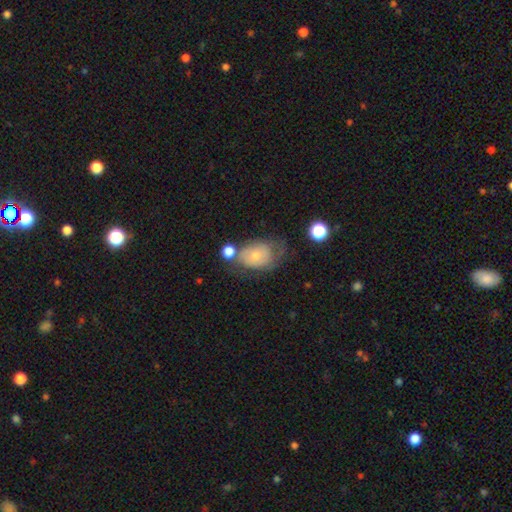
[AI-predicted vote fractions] Smooth or featured?
  - smooth: 59% *
  - featured or disk: 32%
  - star or artifact: 9%
How rounded?
  - in between: 71% *
  - round: 27%
  - cigar-shaped: 1%
Merging?
  - none: 35% *
  - minor disturbance: 29%
  - major disturbance: 23%
  - merger: 13%